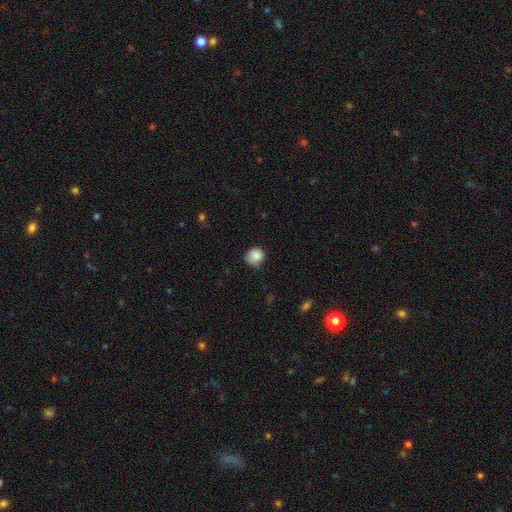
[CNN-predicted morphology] Smooth or featured?
  - smooth: 86% *
  - star or artifact: 9%
  - featured or disk: 5%
How rounded?
  - round: 80% *
  - in between: 19%
  - cigar-shaped: 1%
Merging?
  - none: 63% *
  - minor disturbance: 30%
  - major disturbance: 6%
  - merger: 2%